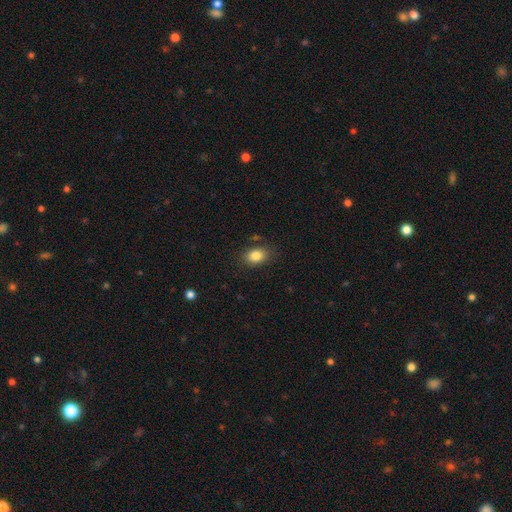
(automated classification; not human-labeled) smooth 84%, star or artifact 9%, featured or disk 6%. Down the decision tree: how rounded — in between (75%); merging — none (83%).